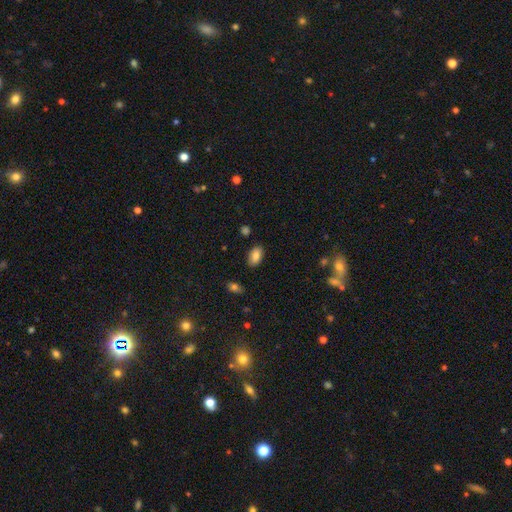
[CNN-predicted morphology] Smooth or featured?
  - smooth: 84% *
  - featured or disk: 8%
  - star or artifact: 8%
How rounded?
  - in between: 91% *
  - round: 7%
  - cigar-shaped: 2%
Merging?
  - none: 86% *
  - minor disturbance: 10%
  - major disturbance: 2%
  - merger: 2%